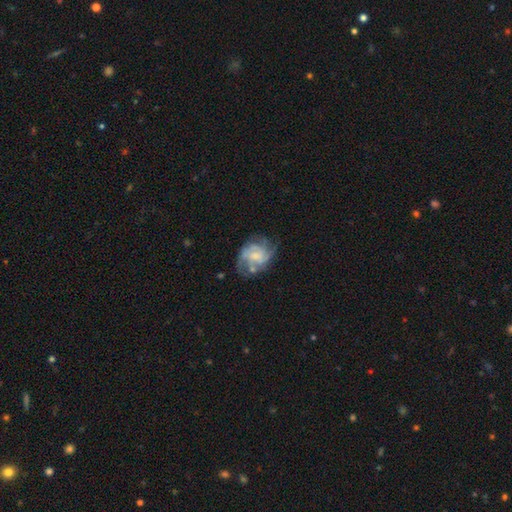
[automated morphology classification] type=featured or disk (76%); edge-on=no (98%); bar=no (59%); spiral arms=yes (87%); winding=medium (43%); arm count=can't tell (34%); bulge=small (47%); merging=none (57%).